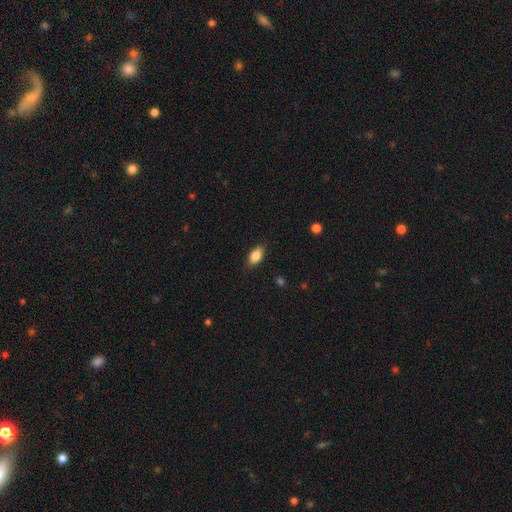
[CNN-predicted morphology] Smooth or featured: smooth — 86% (star or artifact — 7%)
How rounded: in between — 90% (round — 5%)
Merging: none — 85% (minor disturbance — 12%)